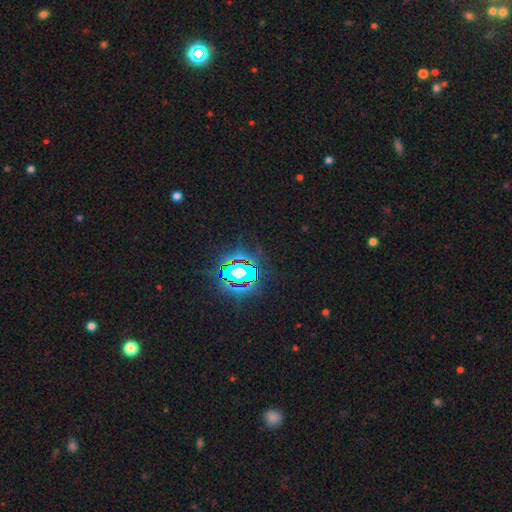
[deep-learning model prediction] star or artifact 83%, smooth 10%, featured or disk 7%.